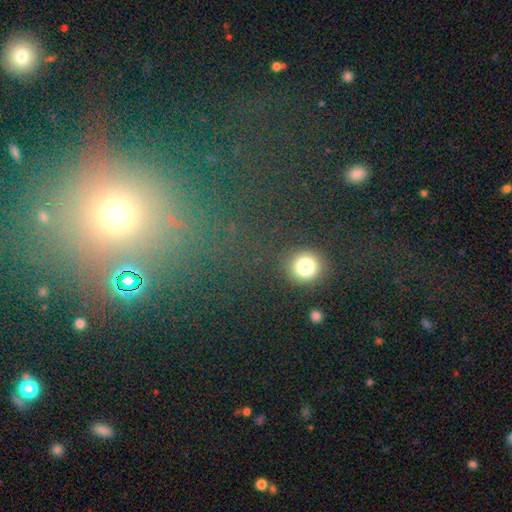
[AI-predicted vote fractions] A smooth galaxy with no disk features (52%) that is round (78%). Merging: none (59%).